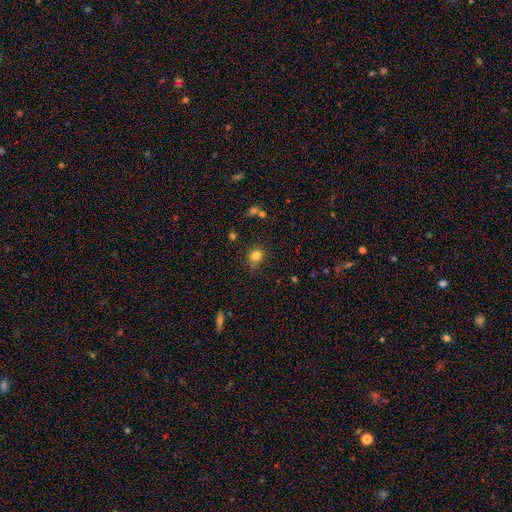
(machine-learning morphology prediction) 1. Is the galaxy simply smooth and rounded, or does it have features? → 80% smooth, 13% star or artifact, 7% featured or disk.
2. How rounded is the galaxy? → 70% round, 29% in between, 1% cigar-shaped.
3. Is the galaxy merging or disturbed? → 68% none, 21% minor disturbance, 5% major disturbance, 5% merger.